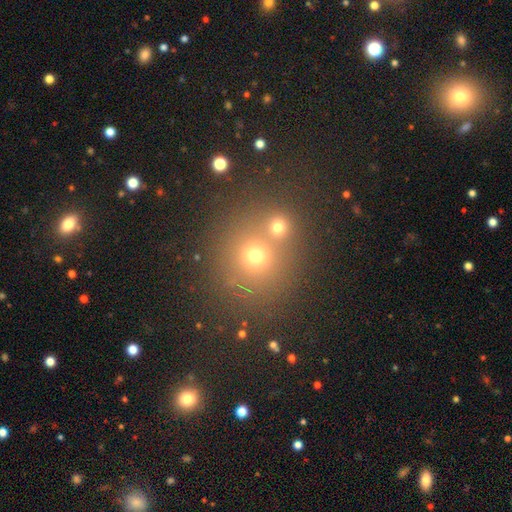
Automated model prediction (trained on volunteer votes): Smooth or featured? smooth (62%)
How rounded? round (88%)
Merging? none (59%)